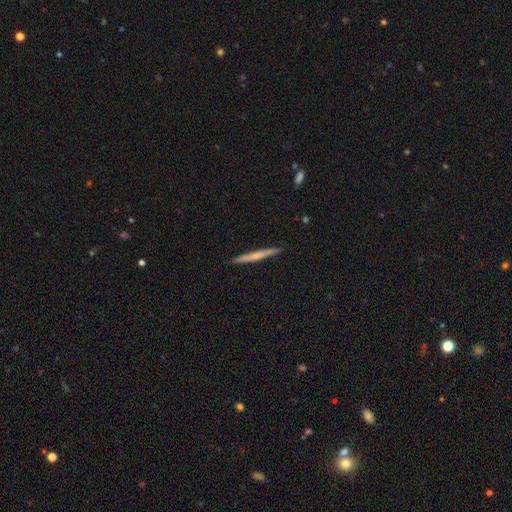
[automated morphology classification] This is possibly a smooth galaxy (51%). How rounded: clearly cigar-shaped (97%). Merging: clearly none (92%).